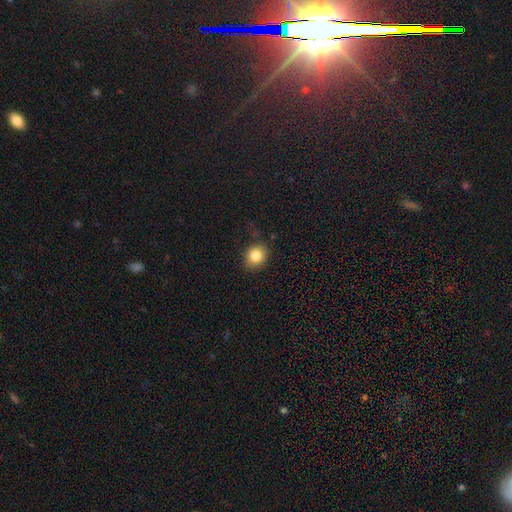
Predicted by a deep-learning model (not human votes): Morphology: type=smooth (83%); roundness=round (68%); merging=none (79%).